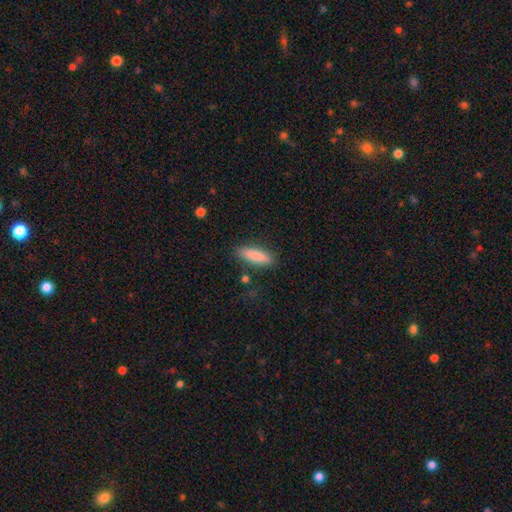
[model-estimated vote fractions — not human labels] A smooth galaxy with no disk features (86%) that is cigar-shaped (58%). Merging: none (84%).